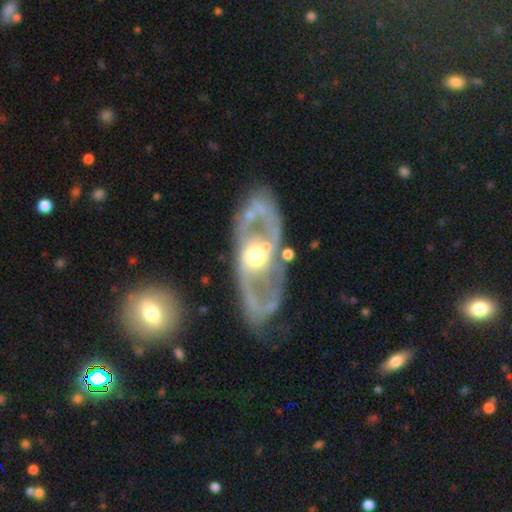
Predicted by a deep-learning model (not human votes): Smooth or featured? featured or disk (84%)
Edge-on disk? no (91%)
Bar? no (62%)
Spiral arms? yes (66%)
Spiral winding? medium (40%)
Spiral arm count? 2 (64%)
Bulge size? moderate (70%)
Merging? none (61%)